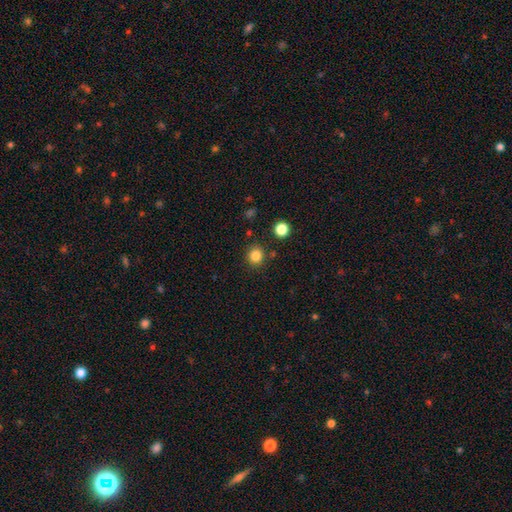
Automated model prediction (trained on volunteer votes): Smooth or featured?
  - smooth: 84% *
  - star or artifact: 12%
  - featured or disk: 4%
How rounded?
  - round: 89% *
  - in between: 10%
  - cigar-shaped: 1%
Merging?
  - none: 87% *
  - minor disturbance: 7%
  - merger: 4%
  - major disturbance: 2%